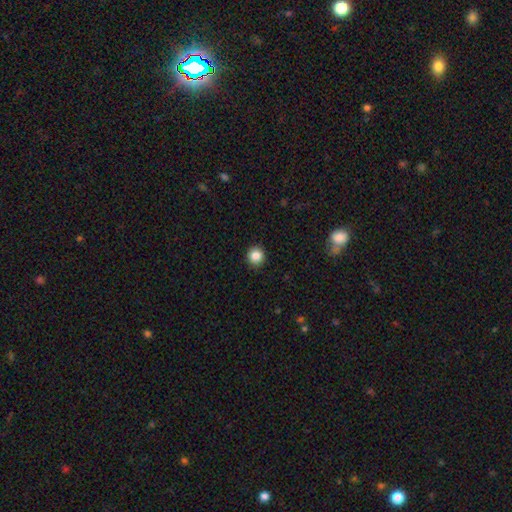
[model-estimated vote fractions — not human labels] Smooth or featured? smooth (86%)
How rounded? round (92%)
Merging? none (92%)